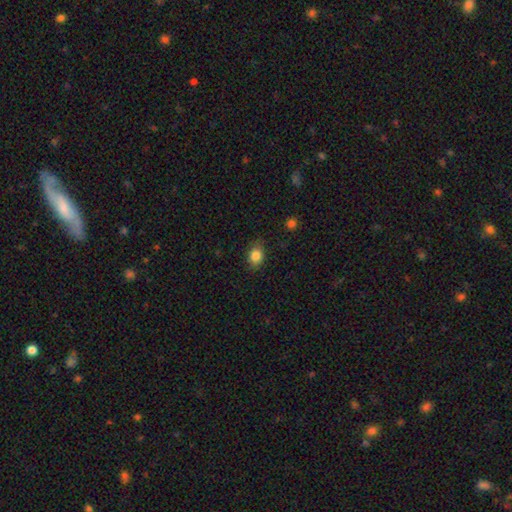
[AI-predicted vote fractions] smooth-or-featured: smooth: 84% | star or artifact: 10% | featured or disk: 6%
  how-rounded: in between: 63% | round: 36% | cigar-shaped: 1%
  merging: none: 81% | minor disturbance: 15% | major disturbance: 3% | merger: 1%